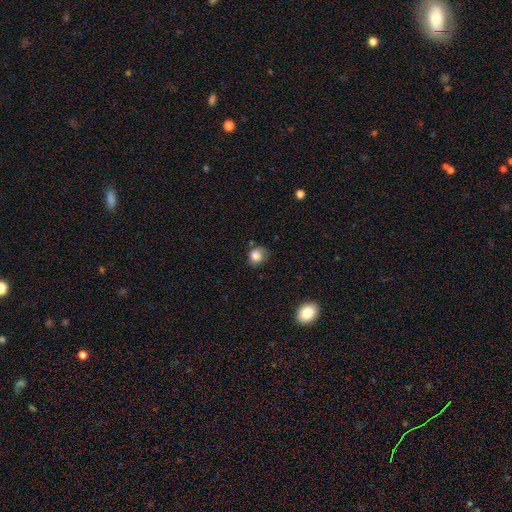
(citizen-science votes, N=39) Smooth or featured: smooth — 85% (featured or disk — 8%)
How rounded: in between — 52% (round — 48%)
Merging: none — 56% (minor disturbance — 33%)